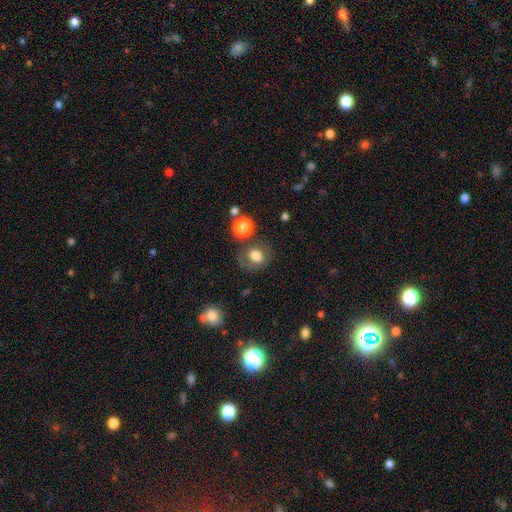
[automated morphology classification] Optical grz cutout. It shows a smooth galaxy with no disk features (74%) that is round (64%). Merging: none (61%).